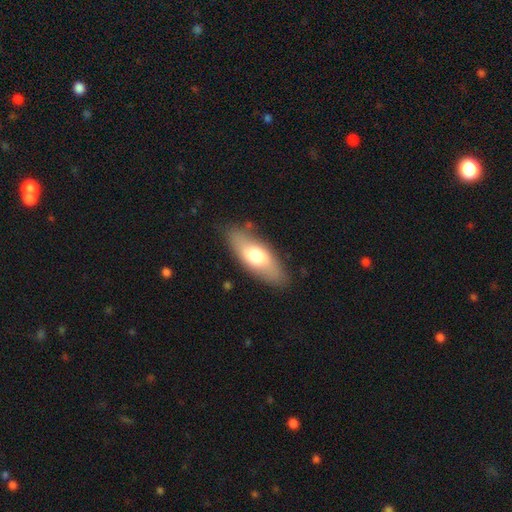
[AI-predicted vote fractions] Smooth or featured?
  - smooth: 65% *
  - featured or disk: 29%
  - star or artifact: 6%
How rounded?
  - in between: 74% *
  - cigar-shaped: 23%
  - round: 3%
Merging?
  - none: 82% *
  - minor disturbance: 13%
  - major disturbance: 3%
  - merger: 2%